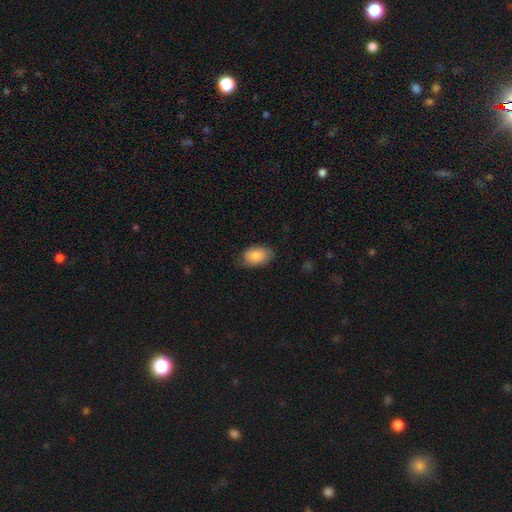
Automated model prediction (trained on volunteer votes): A smooth galaxy with no disk features (84%) that is in between round and cigar-shaped (90%).

Vote fractions:
- Smooth or featured? smooth: 84% / featured or disk: 9% / star or artifact: 6%
- How rounded? in between: 90% / round: 9% / cigar-shaped: 1%
- Merging? none: 75% / minor disturbance: 20% / major disturbance: 4% / merger: 1%